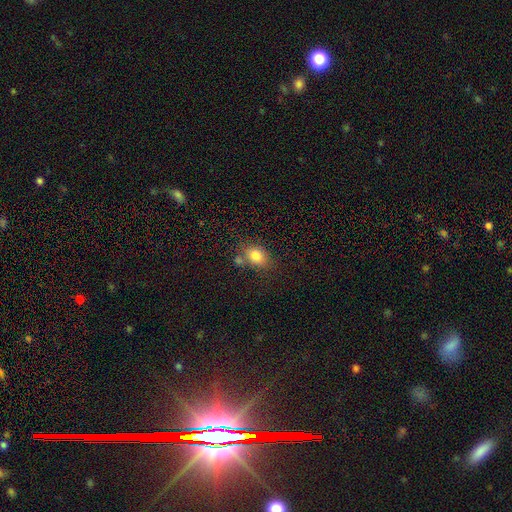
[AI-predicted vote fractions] A smooth galaxy with no disk features (80%) that is in between round and cigar-shaped (69%). Merging: none (62%).